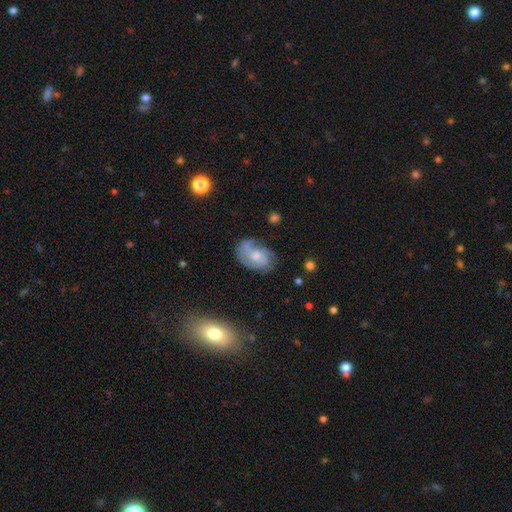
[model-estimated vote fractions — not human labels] Smooth or featured? featured or disk (61%)
Edge-on disk? no (96%)
Bar? no (68%)
Spiral arms? yes (81%)
Bulge size? moderate (54%)
Merging? none (55%)